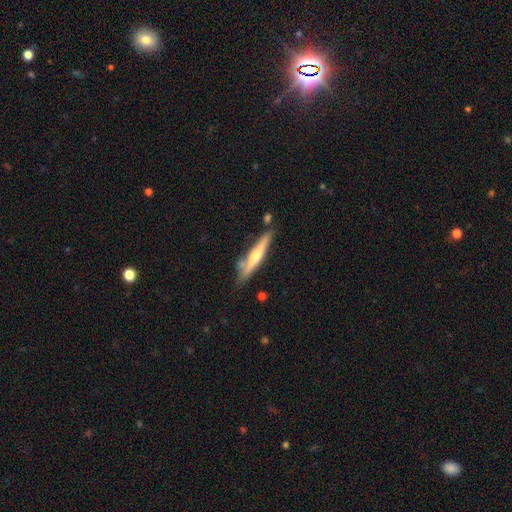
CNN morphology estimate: Smooth or featured? Predicted: featured or disk (p=0.58). Edge-on disk? Predicted: yes (p=0.92). Edge-on bulge? Predicted: rounded (p=0.83). Merging? Predicted: none (p=0.70).